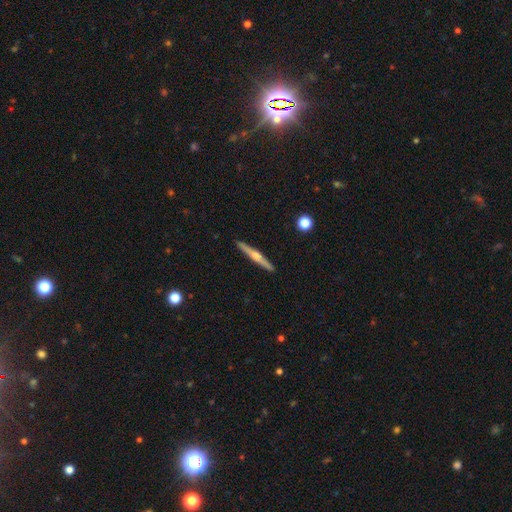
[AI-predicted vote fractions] Overall: featured or disk (74%). Edge-on disk: yes (98%). Edge-on bulge: rounded (90%). Merging: none (92%).